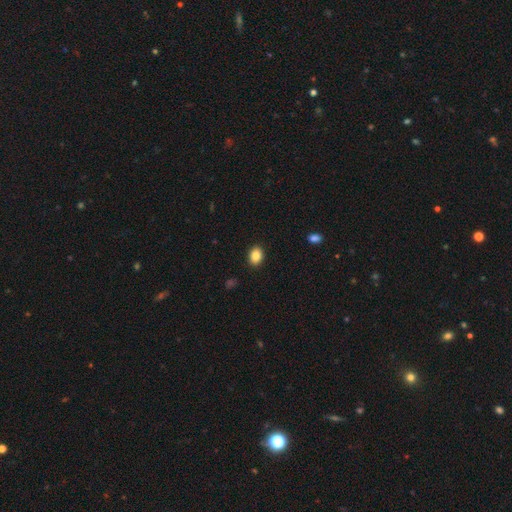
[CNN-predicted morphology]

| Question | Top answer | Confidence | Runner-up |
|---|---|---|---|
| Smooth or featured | smooth | 87% | star or artifact (8%) |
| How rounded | in between | 69% | round (30%) |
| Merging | none | 90% | minor disturbance (7%) |